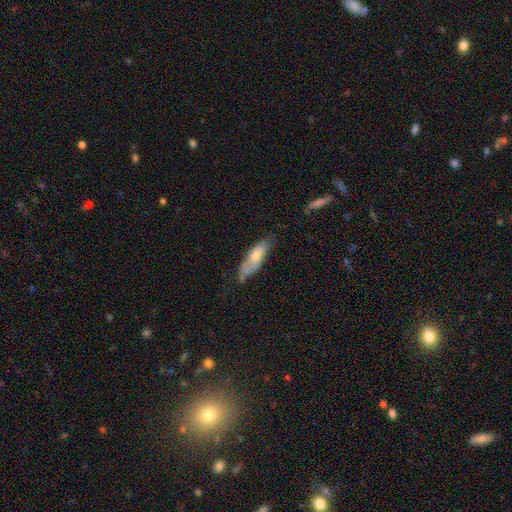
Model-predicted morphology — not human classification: smooth-or-featured: smooth: 64% | featured or disk: 29% | star or artifact: 7%
  how-rounded: in between: 50% | cigar-shaped: 48% | round: 2%
  merging: none: 60% | minor disturbance: 31% | major disturbance: 7% | merger: 3%